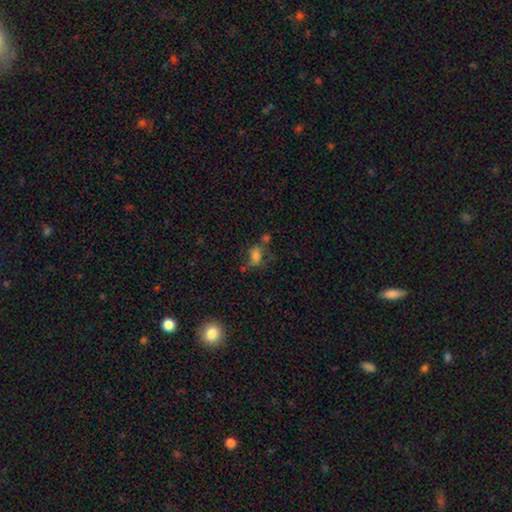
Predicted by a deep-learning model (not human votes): A smooth galaxy with no disk features (65%) that is in between round and cigar-shaped (79%).

Vote fractions:
- Smooth or featured? smooth: 65% / featured or disk: 18% / star or artifact: 16%
- How rounded? in between: 79% / round: 17% / cigar-shaped: 4%
- Merging? none: 34% / merger: 24% / minor disturbance: 21% / major disturbance: 21%